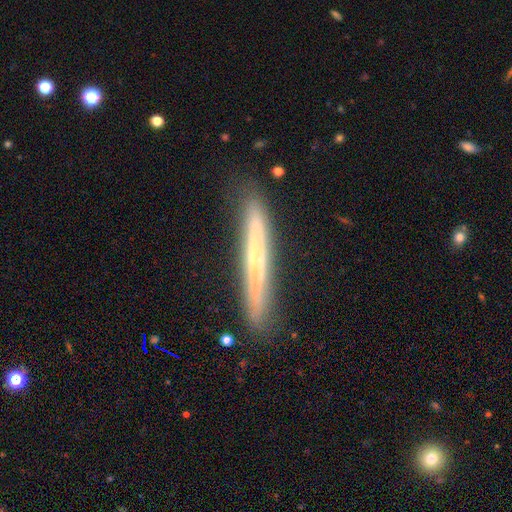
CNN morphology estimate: smooth-or-featured: featured or disk: 54% | smooth: 39% | star or artifact: 7%
  disk-edge-on: yes: 91% | no: 9%
  merging: none: 84% | minor disturbance: 12% | major disturbance: 2% | merger: 2%